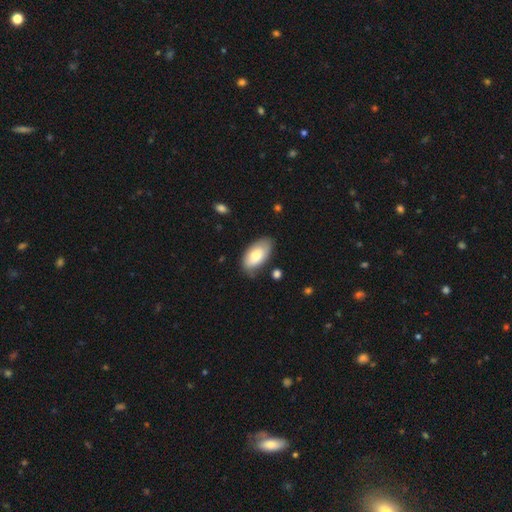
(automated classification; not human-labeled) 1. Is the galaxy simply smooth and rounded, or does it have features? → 76% smooth, 18% featured or disk, 6% star or artifact.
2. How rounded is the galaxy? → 95% in between, 3% round, 2% cigar-shaped.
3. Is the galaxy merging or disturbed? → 71% none, 22% minor disturbance, 4% major disturbance, 2% merger.